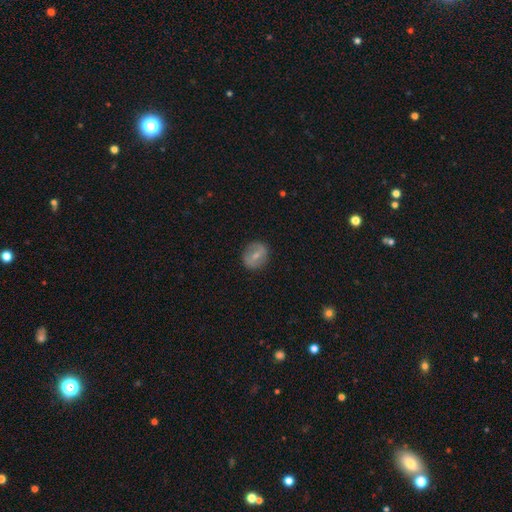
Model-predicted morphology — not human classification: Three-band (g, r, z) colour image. It shows a smooth galaxy with no disk features (49%). Merging: none (83%).